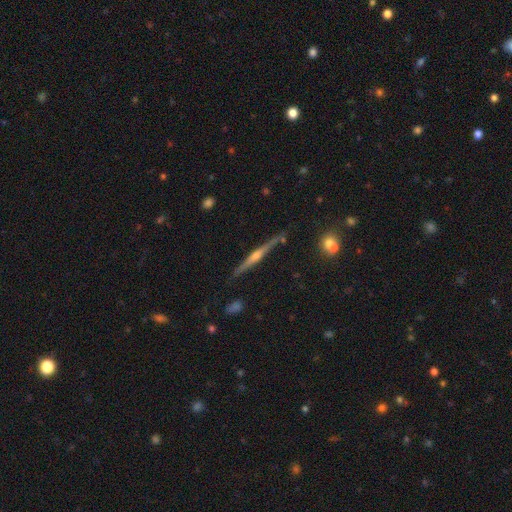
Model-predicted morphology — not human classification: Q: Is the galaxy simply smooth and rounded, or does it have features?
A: featured or disk — 78%.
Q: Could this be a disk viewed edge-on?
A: yes — 98%.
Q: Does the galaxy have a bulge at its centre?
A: rounded — 85%.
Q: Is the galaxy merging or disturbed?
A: none — 85%.